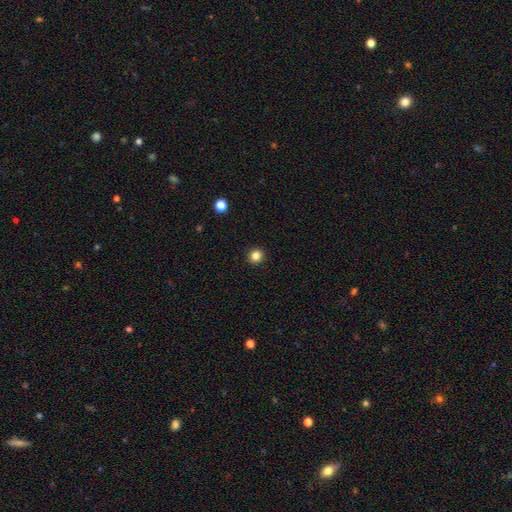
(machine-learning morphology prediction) A smooth galaxy with no disk features (84%) that is round (92%). Merging: none (93%).